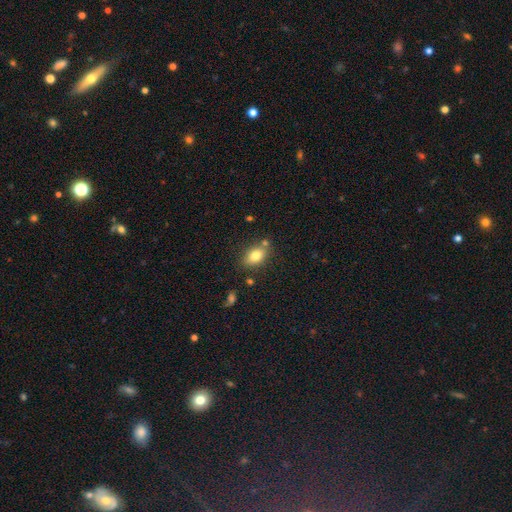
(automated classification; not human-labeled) smooth-or-featured: smooth: 80% | featured or disk: 11% | star or artifact: 9%
  how-rounded: in between: 84% | round: 13% | cigar-shaped: 3%
  merging: none: 72% | minor disturbance: 14% | merger: 11% | major disturbance: 3%